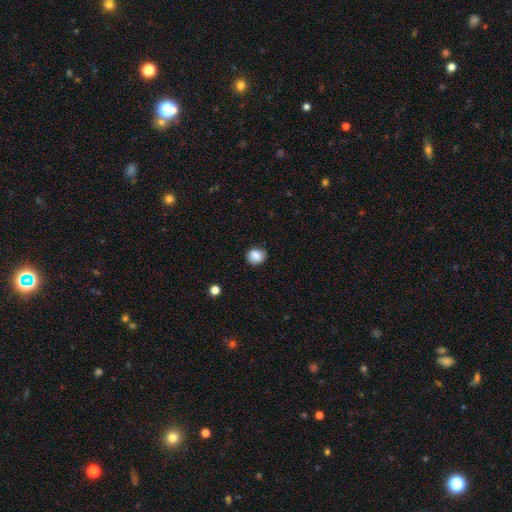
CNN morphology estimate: Smooth or featured?
  - smooth: 86% *
  - star or artifact: 9%
  - featured or disk: 5%
How rounded?
  - round: 74% *
  - in between: 25%
  - cigar-shaped: 1%
Merging?
  - none: 83% *
  - minor disturbance: 13%
  - major disturbance: 3%
  - merger: 1%